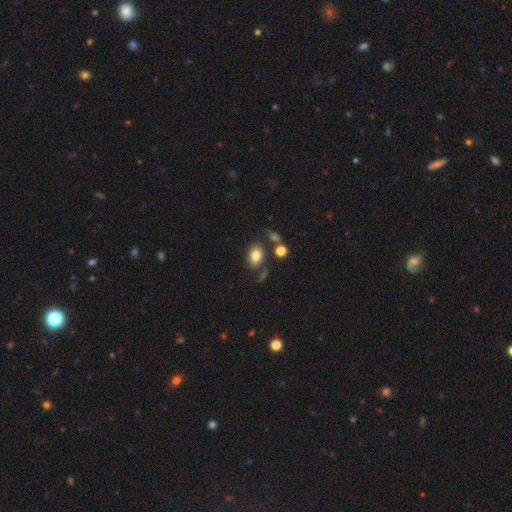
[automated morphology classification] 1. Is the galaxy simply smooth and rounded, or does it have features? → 81% smooth, 10% star or artifact, 9% featured or disk.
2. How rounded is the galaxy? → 77% in between, 21% round, 1% cigar-shaped.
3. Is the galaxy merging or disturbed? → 71% none, 14% minor disturbance, 9% merger, 5% major disturbance.